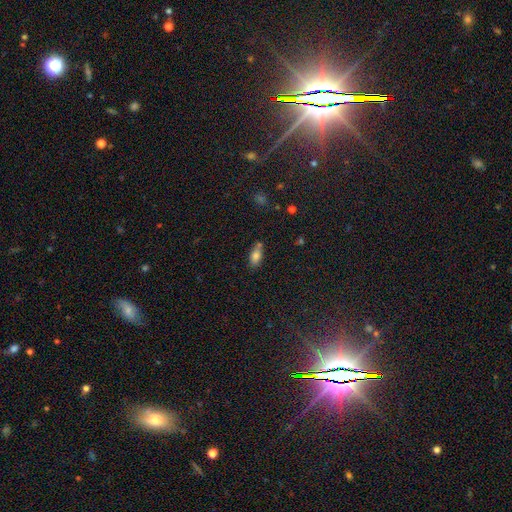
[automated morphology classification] smooth 79%, featured or disk 12%, star or artifact 10%. Down the decision tree: how rounded — in between (85%); merging — none (63%).